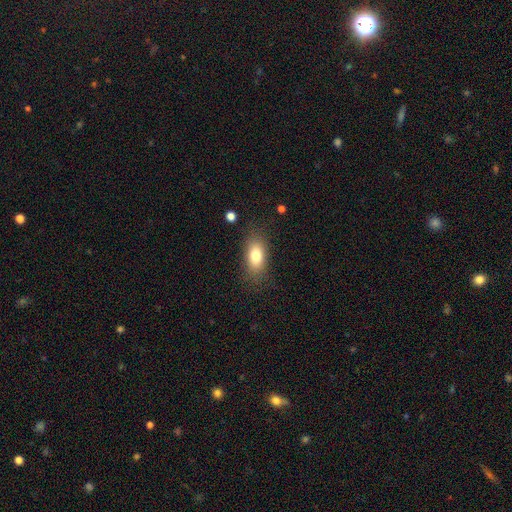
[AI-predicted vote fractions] The model was most divided on "merging": none: 79%, minor disturbance: 14%, major disturbance: 5%, merger: 1%. More confident: how rounded — in between (86%); smooth or featured — smooth (79%).